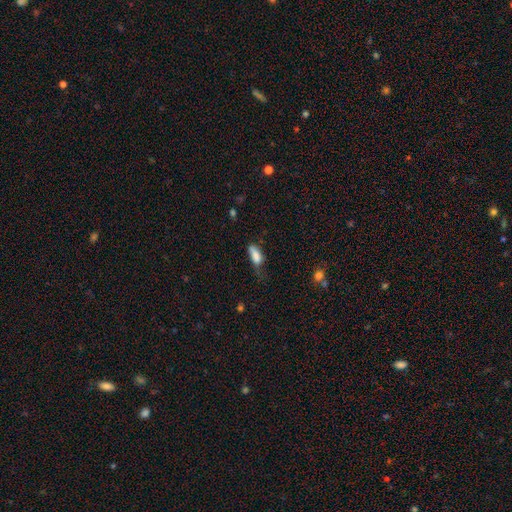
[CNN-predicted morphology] A smooth galaxy with no disk features (80%) that is in between round and cigar-shaped (72%). Merging: minor disturbance (37%).